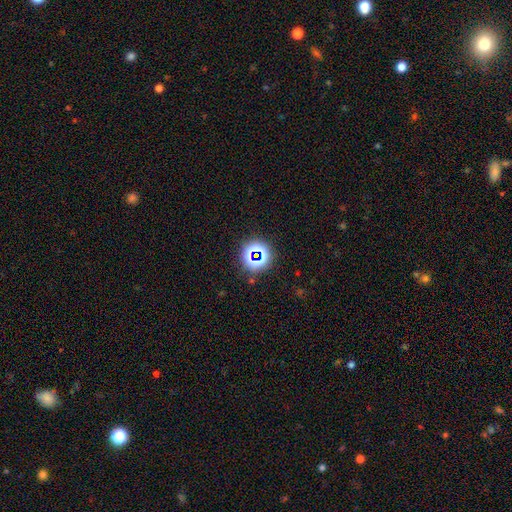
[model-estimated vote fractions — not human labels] This appears to be a star or artifact, not a galaxy (66%).